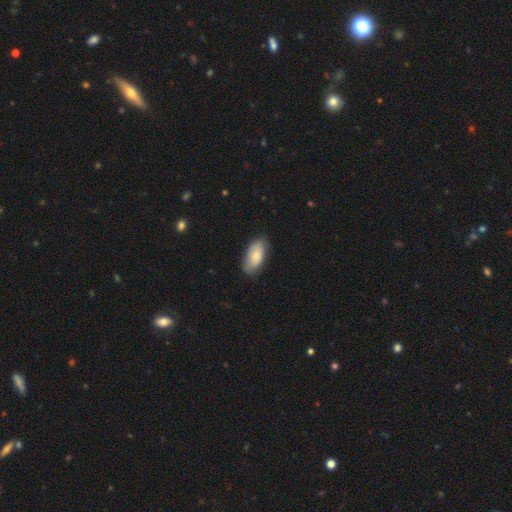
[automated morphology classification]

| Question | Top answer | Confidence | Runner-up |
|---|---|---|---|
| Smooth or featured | smooth | 79% | featured or disk (15%) |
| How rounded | in between | 94% | cigar-shaped (4%) |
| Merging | none | 78% | minor disturbance (18%) |